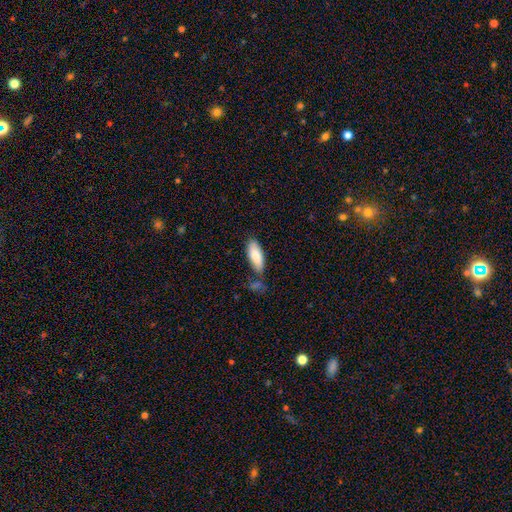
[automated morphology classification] Smooth or featured?
  - smooth: 85% *
  - featured or disk: 10%
  - star or artifact: 6%
How rounded?
  - in between: 78% *
  - cigar-shaped: 20%
  - round: 2%
Merging?
  - none: 68% *
  - minor disturbance: 19%
  - merger: 9%
  - major disturbance: 5%